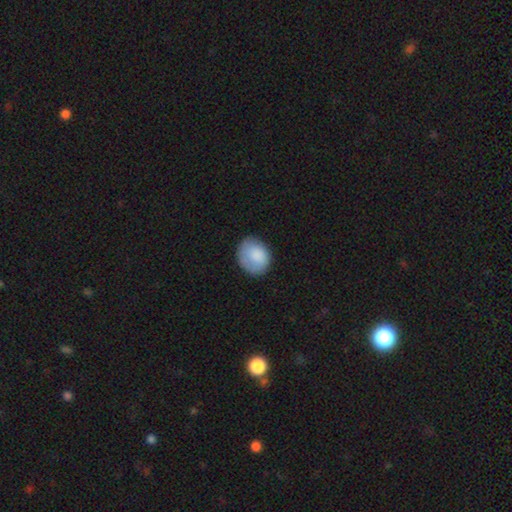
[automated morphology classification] This appears to be a smooth galaxy with no disk features (84%) that is round (54%). Merging: none (69%).